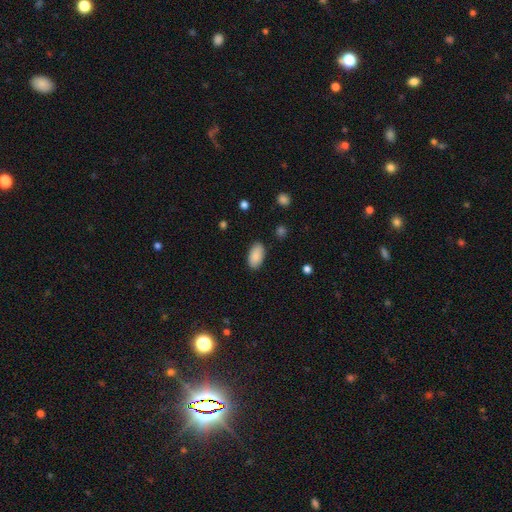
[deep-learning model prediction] Smooth or featured: smooth — 88% (star or artifact — 6%)
How rounded: in between — 95% (round — 3%)
Merging: none — 87% (minor disturbance — 10%)